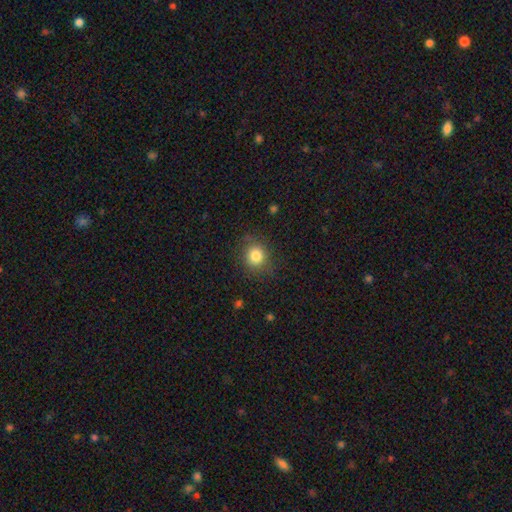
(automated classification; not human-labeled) A smooth galaxy with no disk features (82%) that is round (83%).

Vote fractions:
- Smooth or featured? smooth: 82% / star or artifact: 11% / featured or disk: 7%
- How rounded? round: 83% / in between: 16% / cigar-shaped: 1%
- Merging? none: 81% / minor disturbance: 13% / major disturbance: 4% / merger: 1%